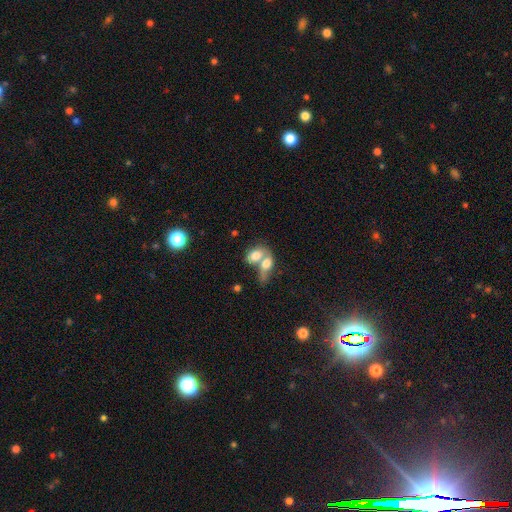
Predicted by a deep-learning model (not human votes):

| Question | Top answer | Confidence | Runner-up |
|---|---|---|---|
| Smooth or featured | smooth | 70% | featured or disk (22%) |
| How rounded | in between | 78% | round (19%) |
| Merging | merger | 76% | none (13%) |